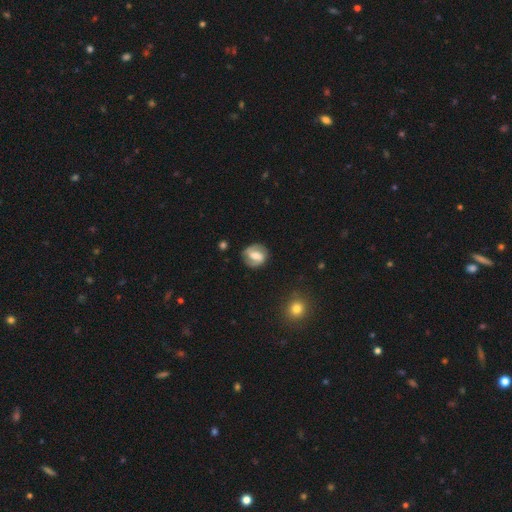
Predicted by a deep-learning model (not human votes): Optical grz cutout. It shows a featured or disk galaxy (67%) with a strong bar (42%), 2 (86%) medium (45%) spiral arms (83%) and a moderate central bulge (56%). Merging: none (80%).